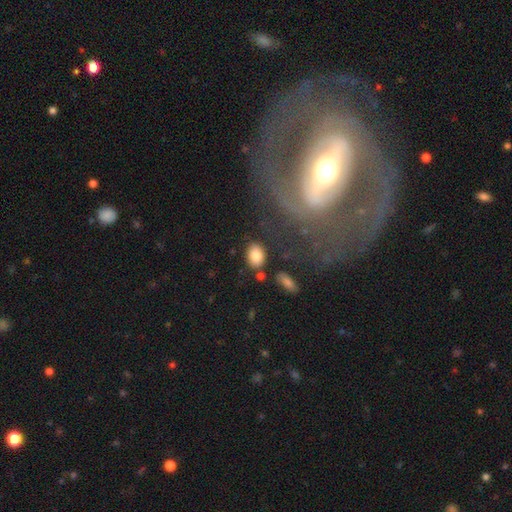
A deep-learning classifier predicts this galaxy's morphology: Smooth or featured: smooth — 84% (featured or disk — 8%)
How rounded: in between — 76% (round — 22%)
Merging: none — 78% (minor disturbance — 12%)